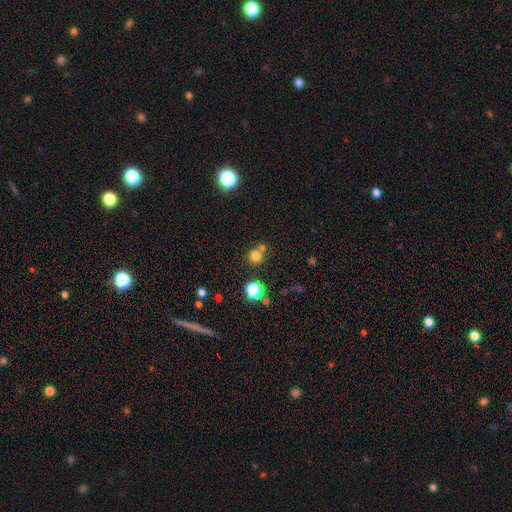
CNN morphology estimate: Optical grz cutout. It shows a smooth galaxy with no disk features (74%) that is round (88%). Merging: none (63%).